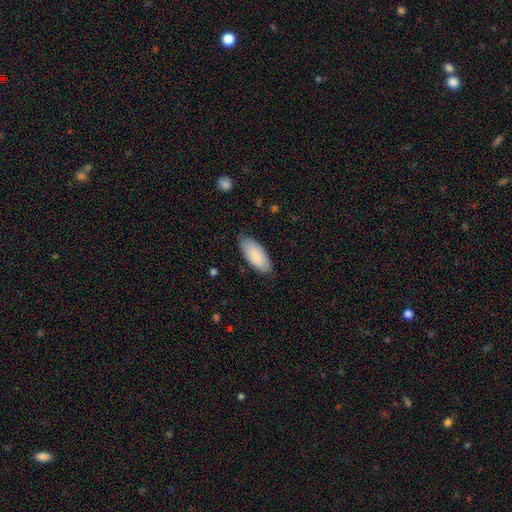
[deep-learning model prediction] Smooth or featured: smooth — 88% (featured or disk — 7%)
How rounded: in between — 85% (cigar-shaped — 14%)
Merging: none — 84% (minor disturbance — 13%)